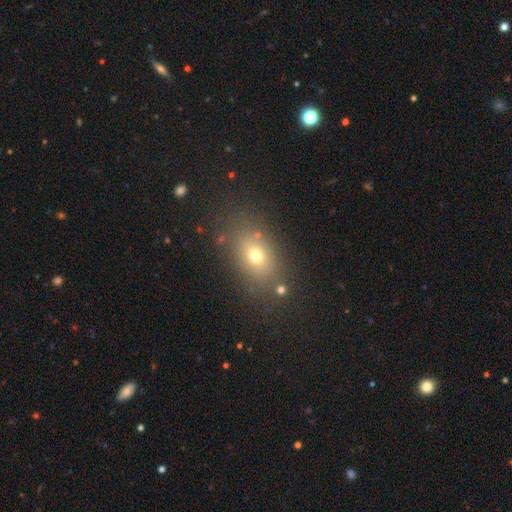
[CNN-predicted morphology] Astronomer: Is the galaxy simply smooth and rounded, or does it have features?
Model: smooth — 68%.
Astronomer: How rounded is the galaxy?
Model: in between — 73%.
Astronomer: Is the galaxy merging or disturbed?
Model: none — 79%.